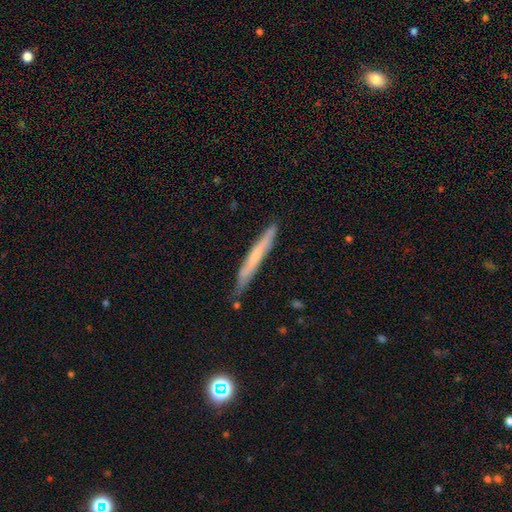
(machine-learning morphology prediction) This is possibly a smooth galaxy (47%). Merging: clearly none (83%).